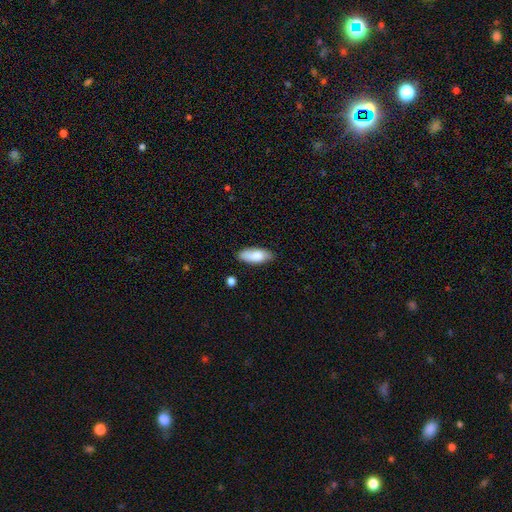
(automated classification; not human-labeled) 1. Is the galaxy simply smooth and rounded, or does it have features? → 81% smooth, 13% featured or disk, 6% star or artifact.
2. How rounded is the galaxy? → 80% in between, 18% cigar-shaped, 2% round.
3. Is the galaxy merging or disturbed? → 79% none, 16% minor disturbance, 3% major disturbance, 2% merger.